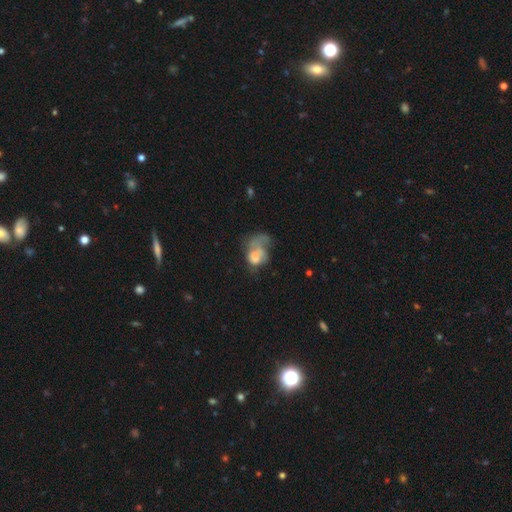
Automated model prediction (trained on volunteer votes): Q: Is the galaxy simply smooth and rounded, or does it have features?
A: smooth — 56%.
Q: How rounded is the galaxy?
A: in between — 65%.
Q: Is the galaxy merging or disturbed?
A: major disturbance — 51%.